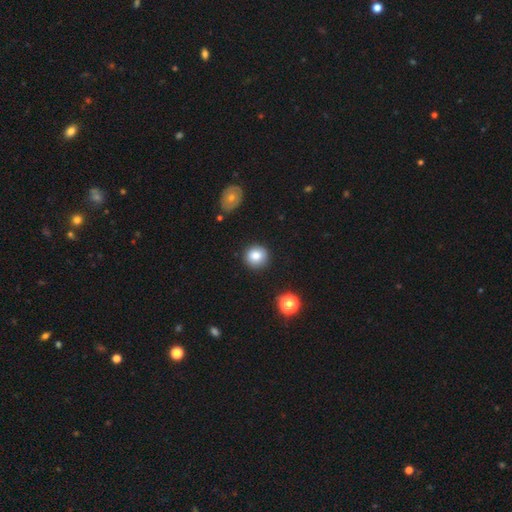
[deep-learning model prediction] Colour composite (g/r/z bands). It shows a smooth galaxy with no disk features (84%) that is round (92%). Merging: none (88%).